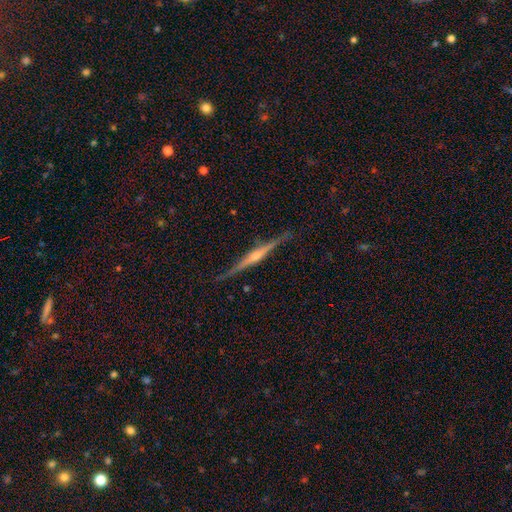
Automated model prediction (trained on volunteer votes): Q: Smooth or featured?
A: featured or disk (85%); runner-up: smooth (9%)
Q: Edge-on disk?
A: yes (98%); runner-up: no (2%)
Q: Edge-on bulge?
A: rounded (81%); runner-up: boxy (10%)
Q: Merging?
A: none (87%); runner-up: minor disturbance (9%)